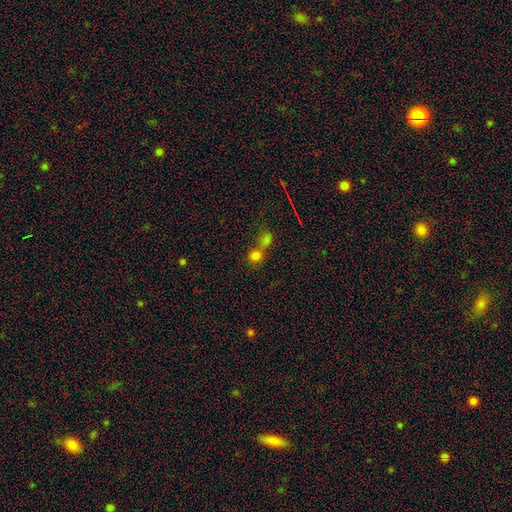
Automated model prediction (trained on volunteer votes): smooth-or-featured: smooth: 74% | star or artifact: 17% | featured or disk: 9%
  how-rounded: round: 80% | in between: 18% | cigar-shaped: 1%
  merging: merger: 55% | none: 36% | minor disturbance: 6% | major disturbance: 4%